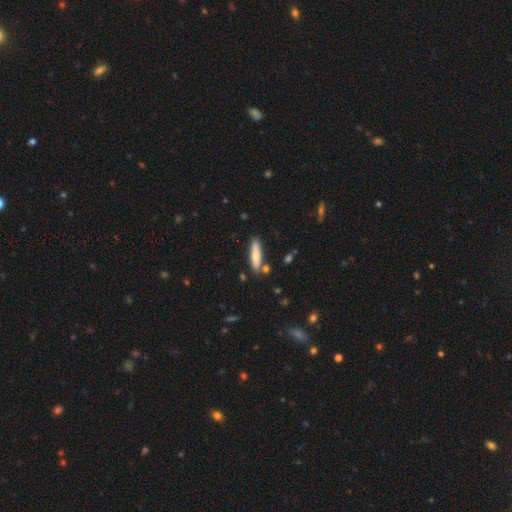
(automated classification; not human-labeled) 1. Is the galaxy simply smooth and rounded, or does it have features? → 72% smooth, 22% featured or disk, 6% star or artifact.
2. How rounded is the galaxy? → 81% cigar-shaped, 18% in between, 2% round.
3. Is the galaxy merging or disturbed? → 82% none, 11% minor disturbance, 5% merger, 2% major disturbance.